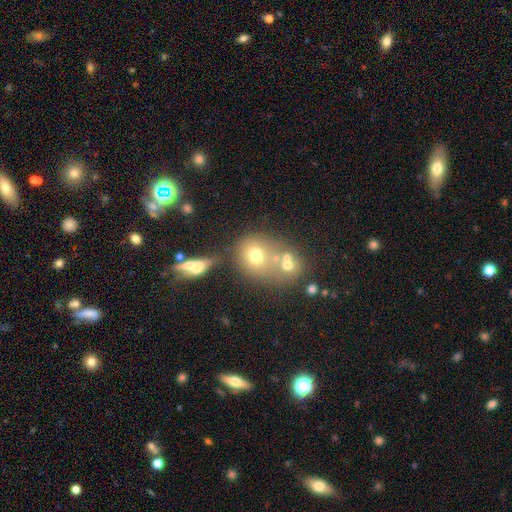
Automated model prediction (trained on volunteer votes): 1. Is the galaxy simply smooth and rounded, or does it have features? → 65% smooth, 19% featured or disk, 16% star or artifact.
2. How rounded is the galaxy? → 75% round, 24% in between, 1% cigar-shaped.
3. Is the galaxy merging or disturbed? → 41% none, 40% merger, 11% minor disturbance, 8% major disturbance.